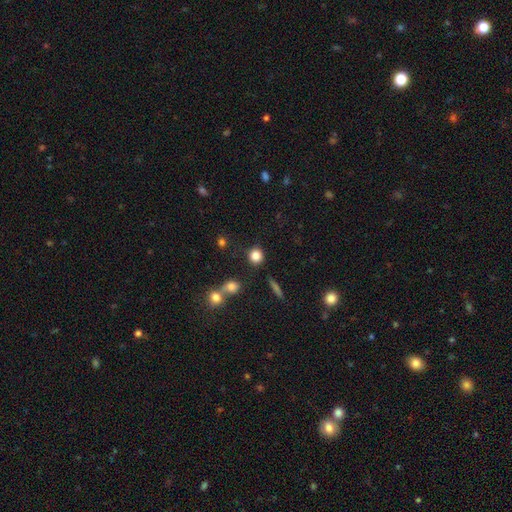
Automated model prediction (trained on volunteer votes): Q: Smooth or featured?
A: smooth (84%); runner-up: star or artifact (11%)
Q: How rounded?
A: round (88%); runner-up: in between (10%)
Q: Merging?
A: none (83%); runner-up: minor disturbance (8%)